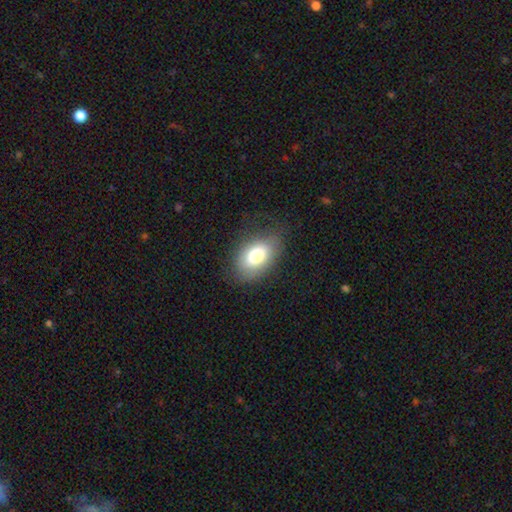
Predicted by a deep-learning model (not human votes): Q: Smooth or featured?
A: smooth (78%); runner-up: featured or disk (14%)
Q: How rounded?
A: in between (89%); runner-up: round (10%)
Q: Merging?
A: none (71%); runner-up: minor disturbance (19%)